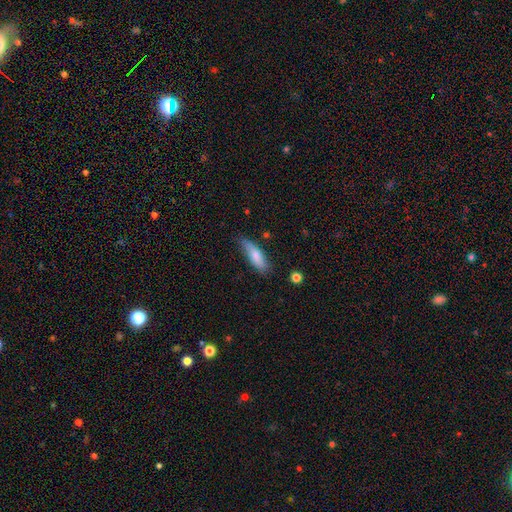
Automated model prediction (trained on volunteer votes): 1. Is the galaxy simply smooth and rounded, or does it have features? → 73% smooth, 20% featured or disk, 6% star or artifact.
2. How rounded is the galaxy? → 51% cigar-shaped, 47% in between, 2% round.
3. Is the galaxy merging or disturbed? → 64% none, 28% minor disturbance, 6% major disturbance, 3% merger.